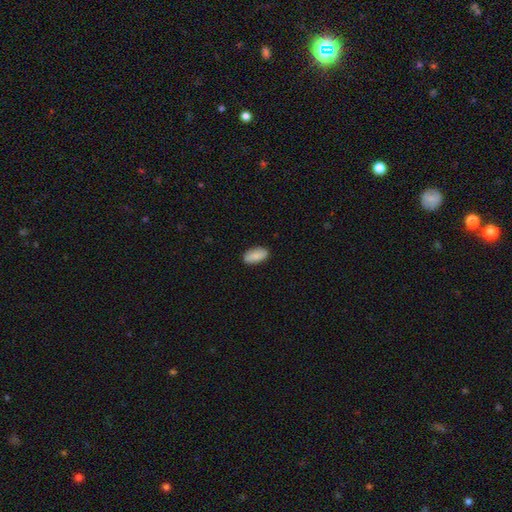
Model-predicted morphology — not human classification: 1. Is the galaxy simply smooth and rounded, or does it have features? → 88% smooth, 6% star or artifact, 5% featured or disk.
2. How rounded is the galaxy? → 93% in between, 5% cigar-shaped, 3% round.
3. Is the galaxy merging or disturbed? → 88% none, 9% minor disturbance, 2% major disturbance, 1% merger.